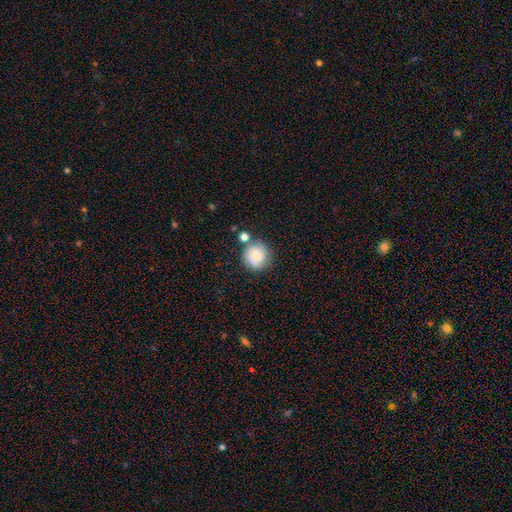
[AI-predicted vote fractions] The model was most divided on "merging": none: 65%, minor disturbance: 15%, merger: 14%, major disturbance: 5%. More confident: how rounded — round (89%); smooth or featured — smooth (71%).